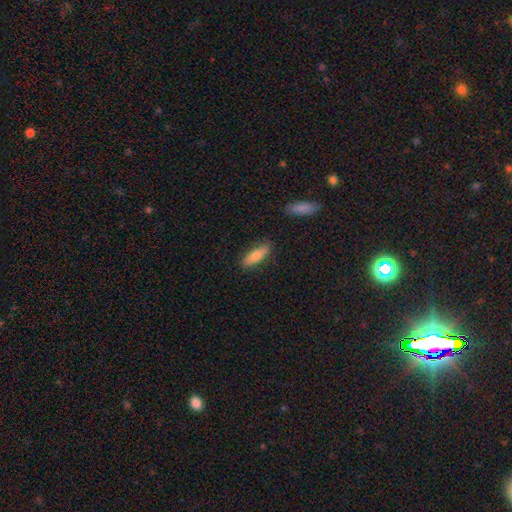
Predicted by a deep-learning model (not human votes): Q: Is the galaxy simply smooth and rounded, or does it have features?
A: smooth — 75%.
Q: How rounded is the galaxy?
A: cigar-shaped — 54%.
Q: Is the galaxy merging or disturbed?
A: none — 84%.